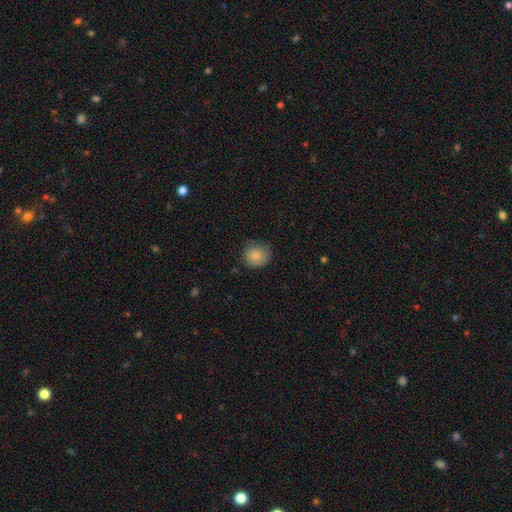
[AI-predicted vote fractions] A smooth galaxy with no disk features (83%) that is round (80%).

Vote fractions:
- Smooth or featured? smooth: 83% / star or artifact: 9% / featured or disk: 8%
- How rounded? round: 80% / in between: 19% / cigar-shaped: 1%
- Merging? none: 71% / minor disturbance: 23% / major disturbance: 5% / merger: 1%